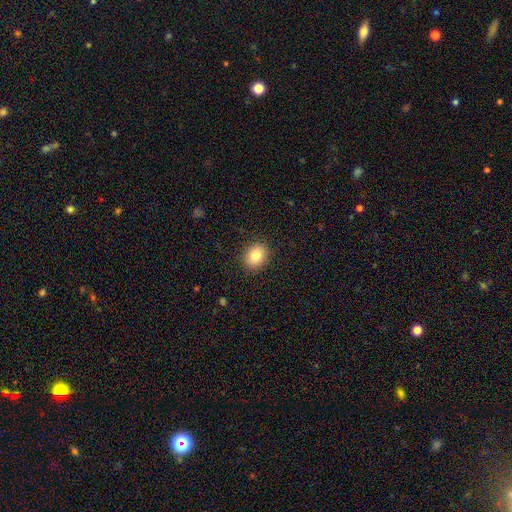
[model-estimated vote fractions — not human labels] Q: Smooth or featured?
A: smooth (83%); runner-up: star or artifact (9%)
Q: How rounded?
A: round (52%); runner-up: in between (47%)
Q: Merging?
A: none (89%); runner-up: minor disturbance (7%)